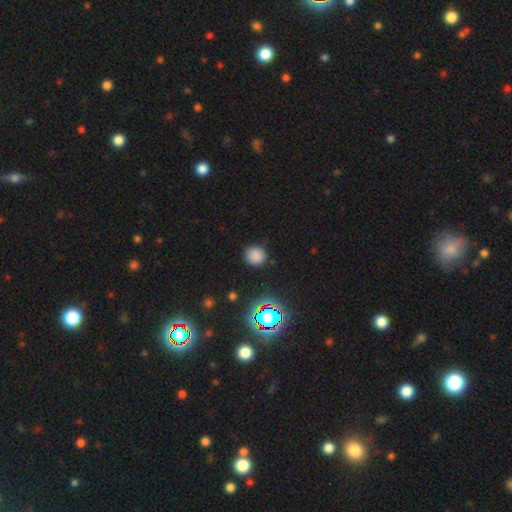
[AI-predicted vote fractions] A smooth galaxy with no disk features (79%) that is round (89%). Merging: none (87%).